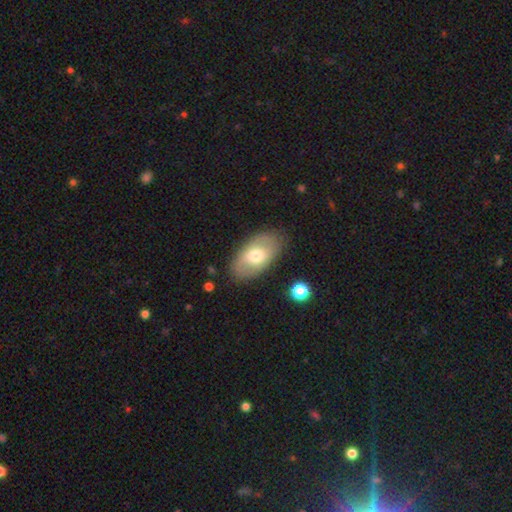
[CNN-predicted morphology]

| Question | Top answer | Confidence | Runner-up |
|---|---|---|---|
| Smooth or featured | smooth | 57% | featured or disk (36%) |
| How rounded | in between | 92% | round (6%) |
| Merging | none | 81% | minor disturbance (14%) |